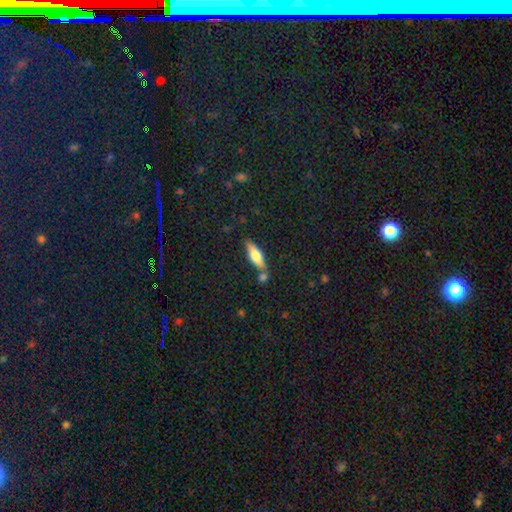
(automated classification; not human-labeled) Smooth or featured? Predicted: smooth (p=0.59). How rounded? Predicted: in between (p=0.49, tied with cigar-shaped). Merging? Predicted: none (p=0.70).